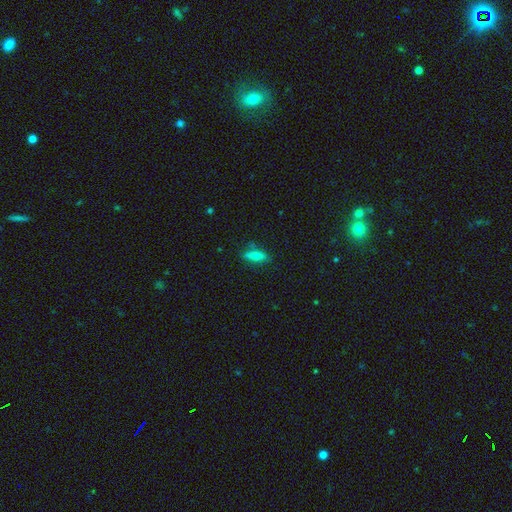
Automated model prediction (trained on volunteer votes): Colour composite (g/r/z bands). It shows a smooth galaxy with no disk features (63%) that is in between round and cigar-shaped (50%). Merging: none (78%).